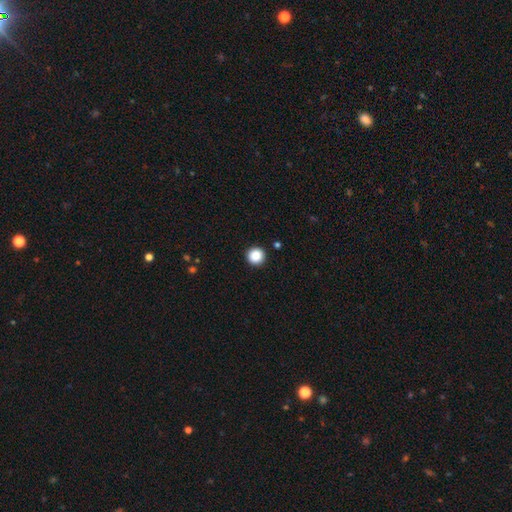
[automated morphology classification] Smooth or featured: smooth — 87% (star or artifact — 10%)
How rounded: round — 96% (in between — 4%)
Merging: none — 93% (minor disturbance — 5%)